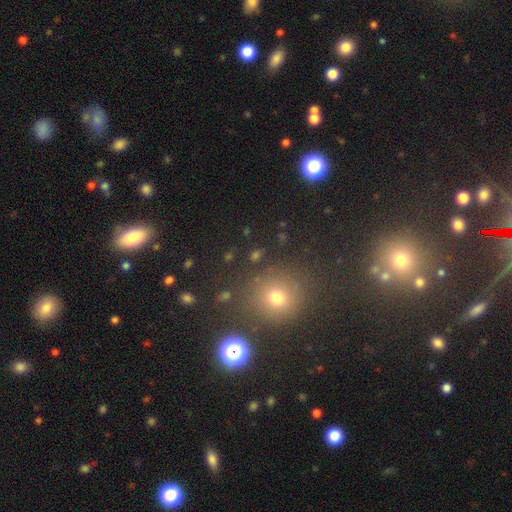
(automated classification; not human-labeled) Smooth or featured? Predicted: smooth (p=0.56). How rounded? Predicted: round (p=0.80). Merging? Predicted: none (p=0.82).